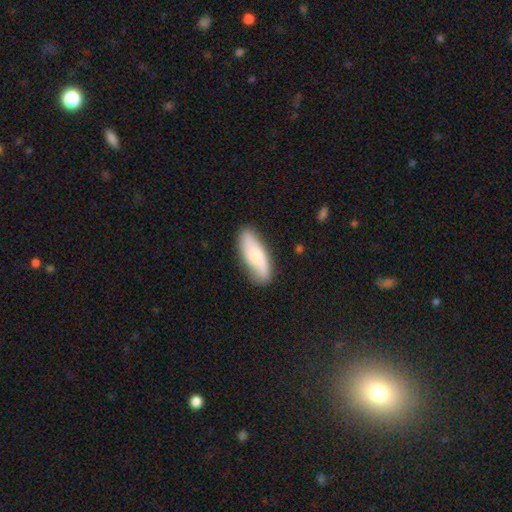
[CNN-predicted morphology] Overall: smooth (69%). How rounded: in between (65%; cigar-shaped 33%). Merging: none (77%).